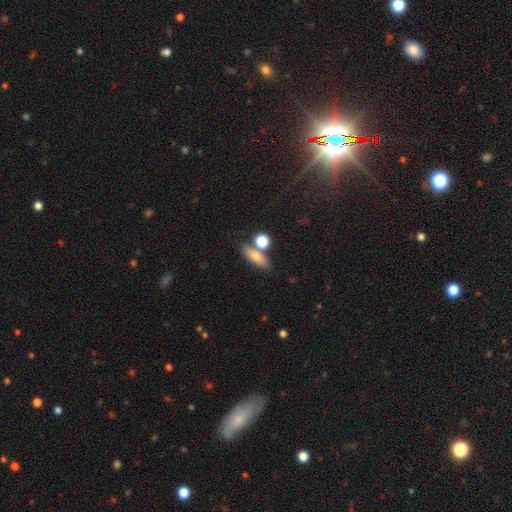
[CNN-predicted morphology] This appears to be a smooth galaxy with no disk features (71%) that is in between round and cigar-shaped (57%). Merging: none (65%).